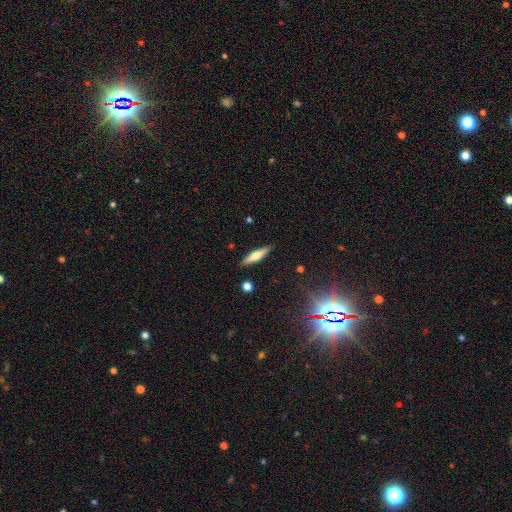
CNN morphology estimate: featured or disk 48%, smooth 44%, star or artifact 7%. Down the decision tree: merging — none (89%).